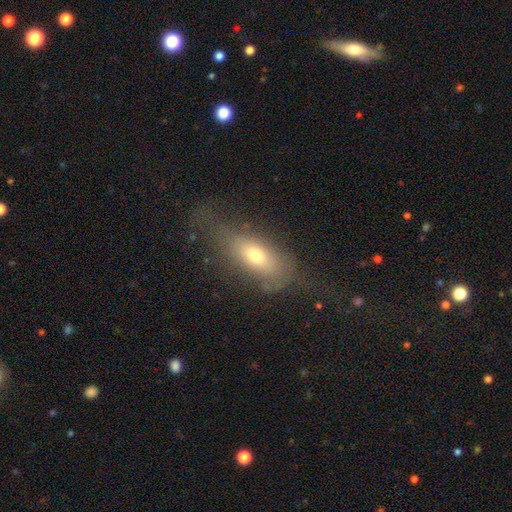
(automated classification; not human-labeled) Morphology: type=smooth (61%); roundness=in between (76%); merging=none (44%).